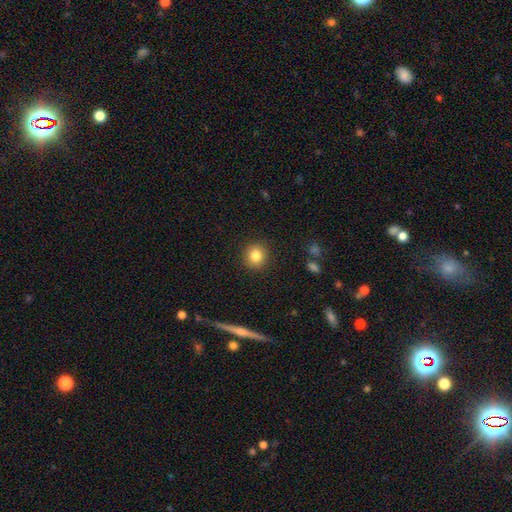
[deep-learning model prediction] This appears to be a smooth galaxy with no disk features (82%) that is round (89%). Merging: none (91%).